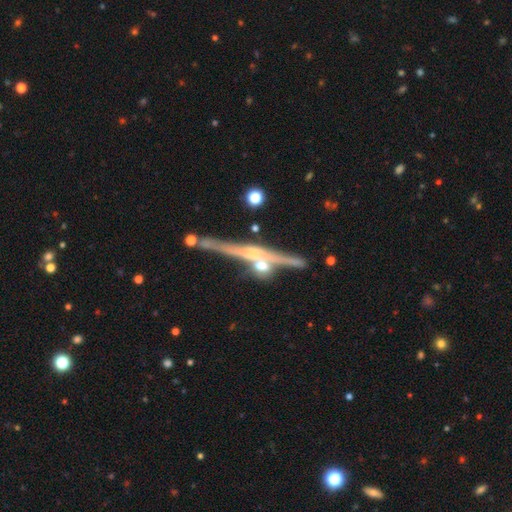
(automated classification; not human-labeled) A featured or disk galaxy (81%) viewed edge-on (96%) with a rounded central bulge (72%). Merging: none (67%).